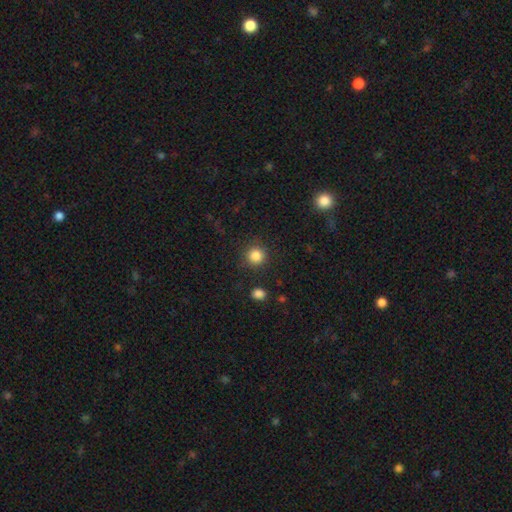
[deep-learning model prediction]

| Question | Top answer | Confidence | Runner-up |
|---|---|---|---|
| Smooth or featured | smooth | 85% | star or artifact (11%) |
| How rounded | round | 93% | in between (6%) |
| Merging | none | 88% | minor disturbance (7%) |